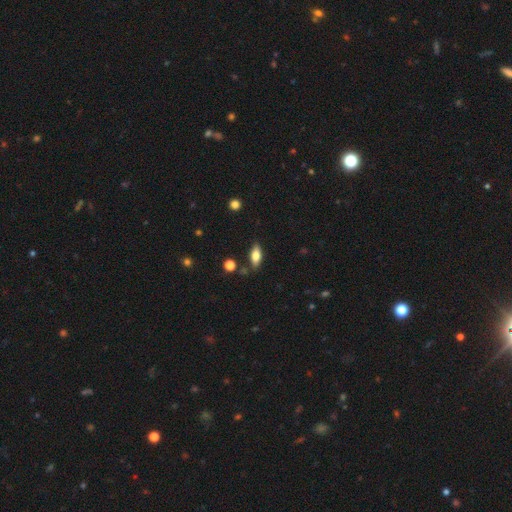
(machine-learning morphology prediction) Smooth or featured? smooth (71%)
How rounded? in between (79%)
Merging? none (81%)